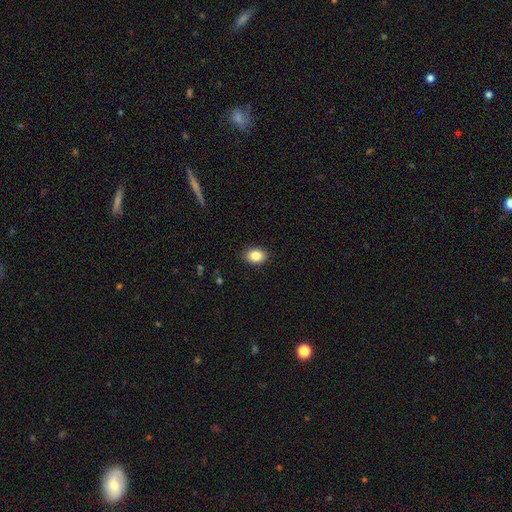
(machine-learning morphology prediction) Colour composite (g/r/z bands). It shows a smooth galaxy with no disk features (86%) that is in between round and cigar-shaped (73%). Merging: none (89%).